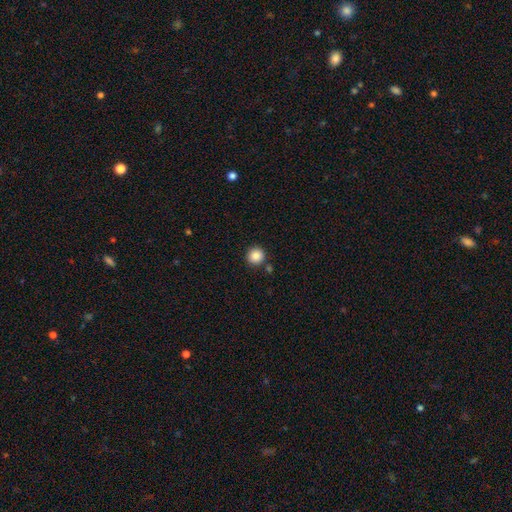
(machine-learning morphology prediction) Smooth or featured? smooth (86%)
How rounded? round (95%)
Merging? none (87%)